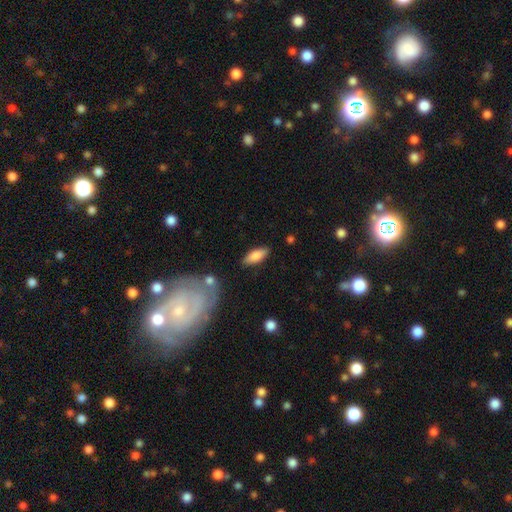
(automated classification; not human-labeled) A smooth galaxy with no disk features (79%) that is in between round and cigar-shaped (75%).

Vote fractions:
- Smooth or featured? smooth: 79% / featured or disk: 14% / star or artifact: 6%
- How rounded? in between: 75% / cigar-shaped: 23% / round: 2%
- Merging? none: 83% / minor disturbance: 11% / major disturbance: 3% / merger: 3%